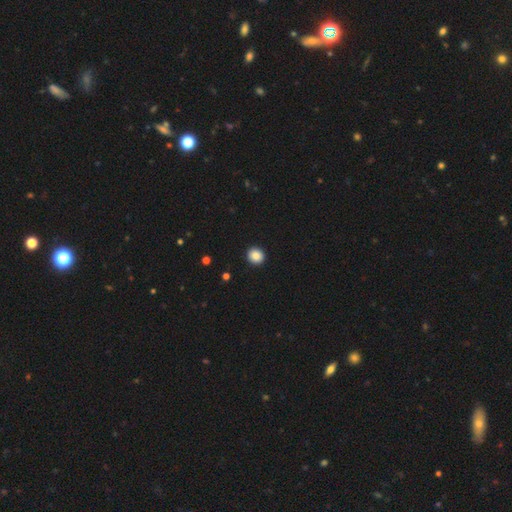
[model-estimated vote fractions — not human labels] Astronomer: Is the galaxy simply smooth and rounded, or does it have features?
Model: smooth — 86%.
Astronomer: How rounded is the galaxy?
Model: round — 90%.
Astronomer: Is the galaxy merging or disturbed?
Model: none — 93%.